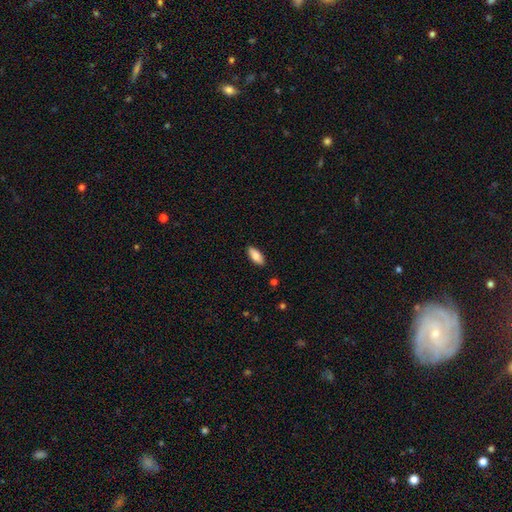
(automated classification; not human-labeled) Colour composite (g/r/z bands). It shows a smooth galaxy with no disk features (81%) that is in between round and cigar-shaped (81%). Merging: none (89%).